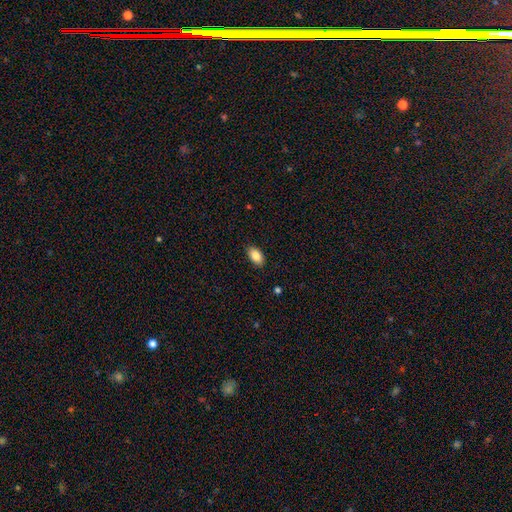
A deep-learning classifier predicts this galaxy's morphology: Smooth or featured? Predicted: smooth (p=0.86). How rounded? Predicted: in between (p=0.93). Merging? Predicted: none (p=0.88).